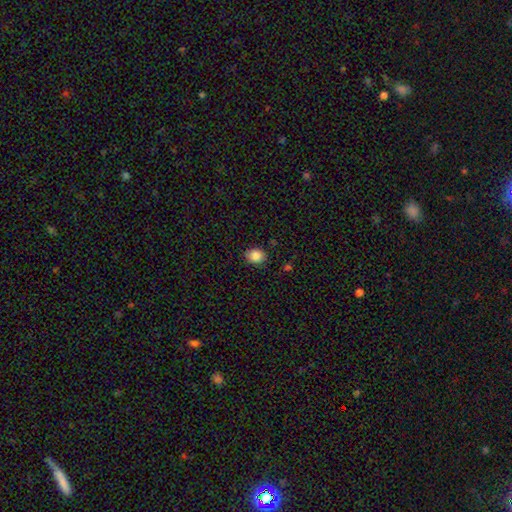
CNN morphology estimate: smooth 87%, star or artifact 9%, featured or disk 4%. Down the decision tree: how rounded — round (59%); merging — none (86%).